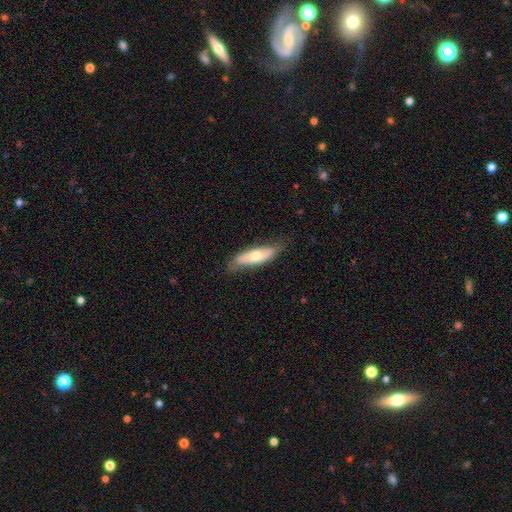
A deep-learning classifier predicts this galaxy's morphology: Smooth or featured: smooth — 54% (featured or disk — 40%)
How rounded: in between — 55% (cigar-shaped — 43%)
Merging: none — 72% (minor disturbance — 22%)